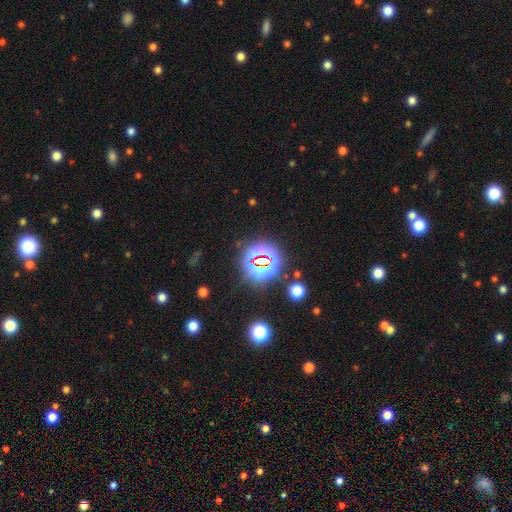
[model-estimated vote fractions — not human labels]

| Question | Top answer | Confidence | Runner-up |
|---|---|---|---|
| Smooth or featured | star or artifact | 79% | smooth (14%) |